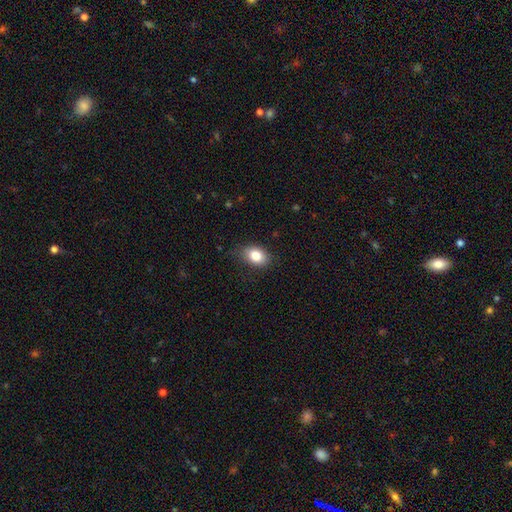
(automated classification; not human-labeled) This is clearly a smooth galaxy (82%). How rounded: likely in between (78%). Merging: likely none (79%).